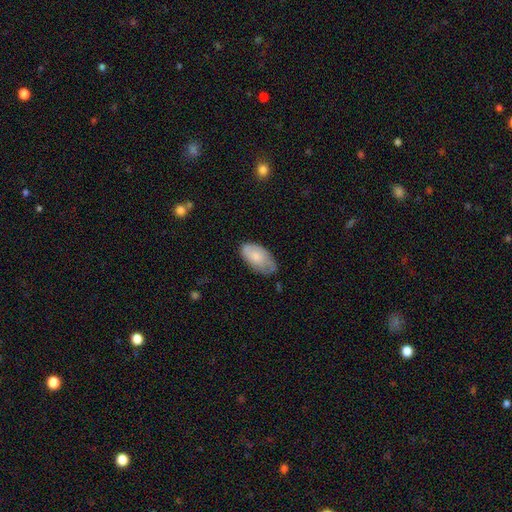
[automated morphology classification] Smooth or featured: smooth — 77% (featured or disk — 17%)
How rounded: in between — 95% (round — 3%)
Merging: none — 64% (minor disturbance — 29%)